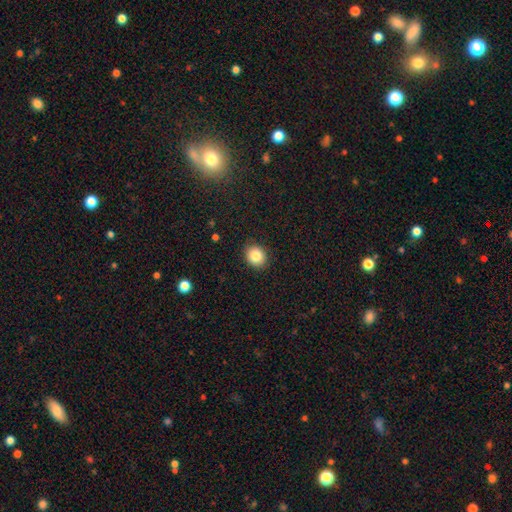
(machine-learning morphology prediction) type=smooth (85%); roundness=round (68%); merging=none (90%).